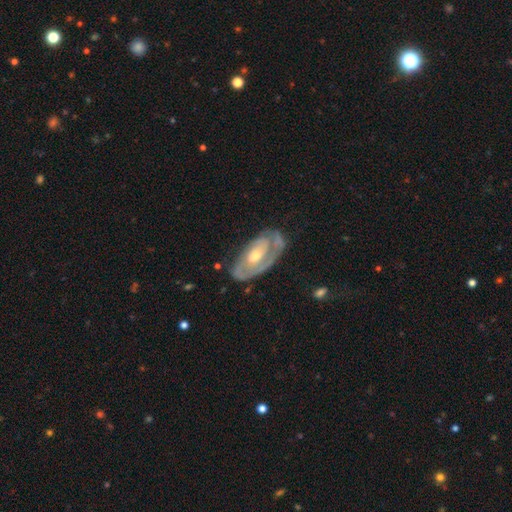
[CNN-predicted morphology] smooth-or-featured: featured or disk: 78% | smooth: 17% | star or artifact: 5%
  disk-edge-on: no: 92% | yes: 8%
    bar: no: 65% | weak: 27% | strong: 7%
    has-spiral-arms: yes: 80% | no: 20%
      spiral-winding: tight: 62% | medium: 28% | loose: 10%
      spiral-arm-count: 2: 36% | 1: 29% | can't tell: 29% | 3: 4% | 4: 2% | more than 4: 2%
    bulge-size: moderate: 59% | small: 34% | large: 5% | none: 1% | dominant: 1%
  merging: none: 64% | minor disturbance: 23% | major disturbance: 11% | merger: 2%